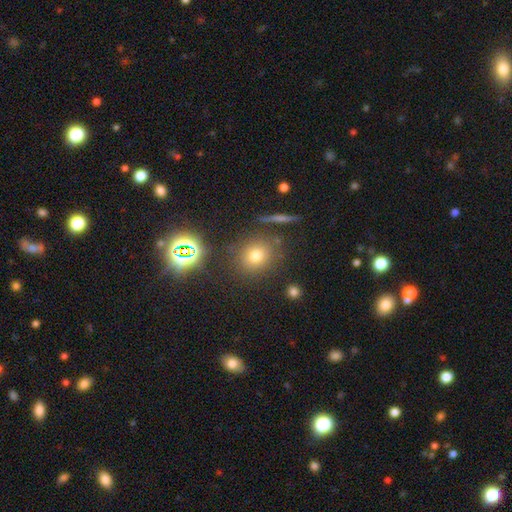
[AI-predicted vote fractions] This appears to be a smooth galaxy with no disk features (67%) that is round (82%). Merging: none (83%).